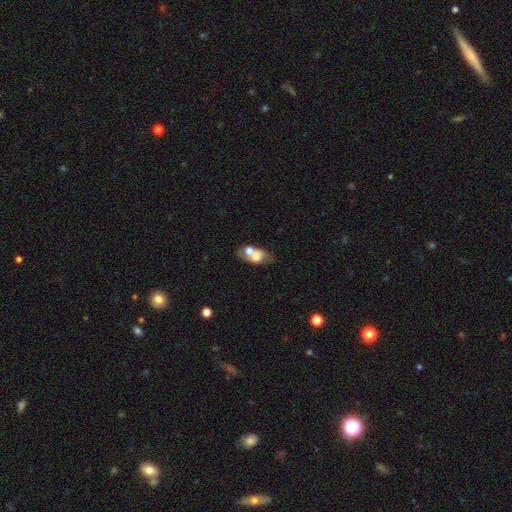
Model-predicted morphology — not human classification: Smooth or featured? smooth (60%)
How rounded? in between (81%)
Merging? merger (42%)